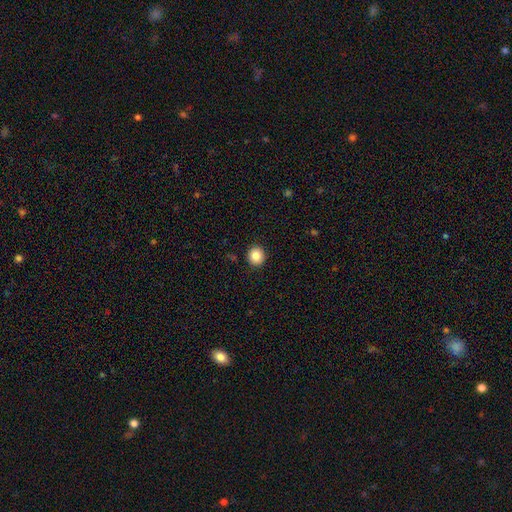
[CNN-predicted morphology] The model was most divided on "smooth or featured": smooth: 85%, star or artifact: 10%, featured or disk: 5%. More confident: merging — none (92%); how rounded — round (88%).